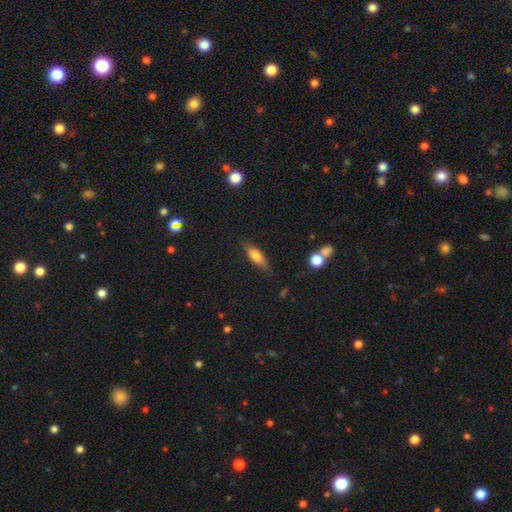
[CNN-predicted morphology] smooth-or-featured: smooth: 67% | featured or disk: 25% | star or artifact: 8%
  how-rounded: in between: 52% | cigar-shaped: 44% | round: 3%
  merging: none: 73% | minor disturbance: 20% | major disturbance: 5% | merger: 3%